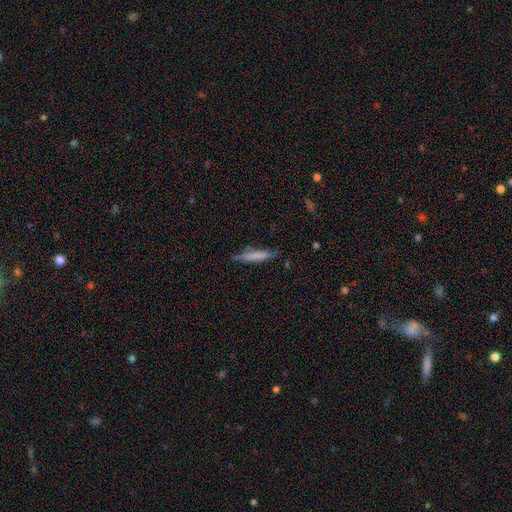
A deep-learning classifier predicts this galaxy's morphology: The model was most divided on "smooth or featured": smooth: 70%, featured or disk: 24%, star or artifact: 6%. More confident: how rounded — cigar-shaped (91%); merging — none (80%).